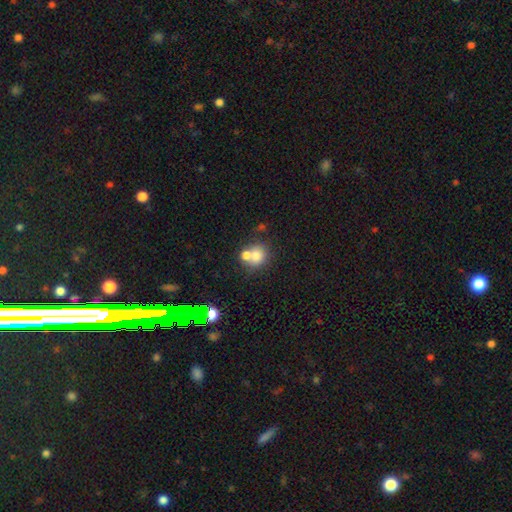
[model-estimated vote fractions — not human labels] A smooth galaxy with no disk features (74%) that is round (81%). Merging: merger (45%).